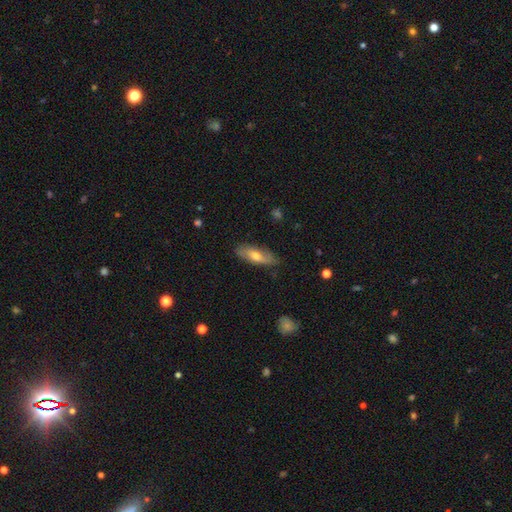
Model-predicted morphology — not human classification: Smooth or featured?
  - smooth: 53% *
  - featured or disk: 40%
  - star or artifact: 6%
How rounded?
  - in between: 60% *
  - cigar-shaped: 37%
  - round: 3%
Merging?
  - none: 79% *
  - minor disturbance: 17%
  - major disturbance: 3%
  - merger: 1%